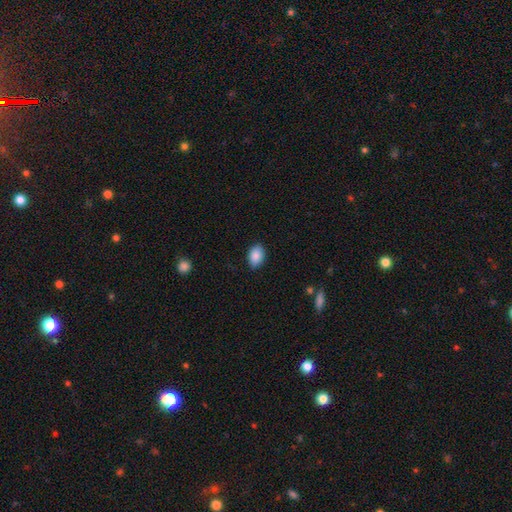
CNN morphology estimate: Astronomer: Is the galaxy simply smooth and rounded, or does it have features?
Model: smooth — 88%.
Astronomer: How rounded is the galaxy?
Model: in between — 85%.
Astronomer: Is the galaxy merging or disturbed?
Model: none — 86%.